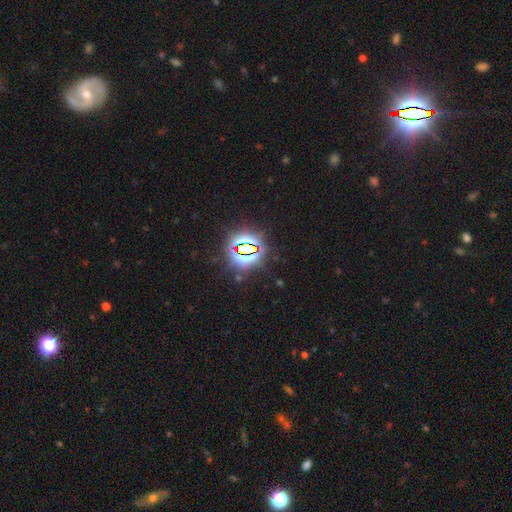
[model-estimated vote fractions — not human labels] smooth-or-featured: star or artifact: 81% | smooth: 12% | featured or disk: 7%